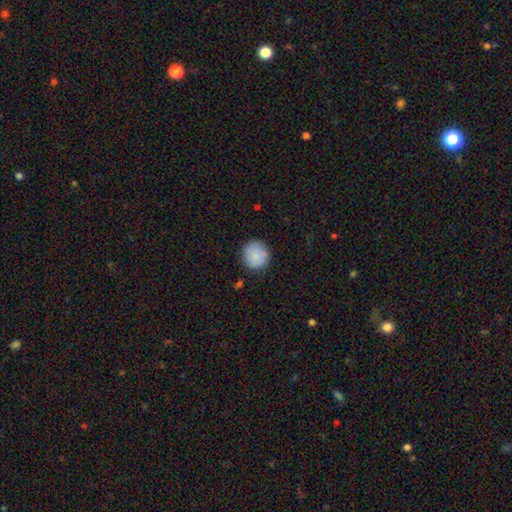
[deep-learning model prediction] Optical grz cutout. It shows a smooth galaxy with no disk features (86%) that is round (88%). Merging: none (82%).